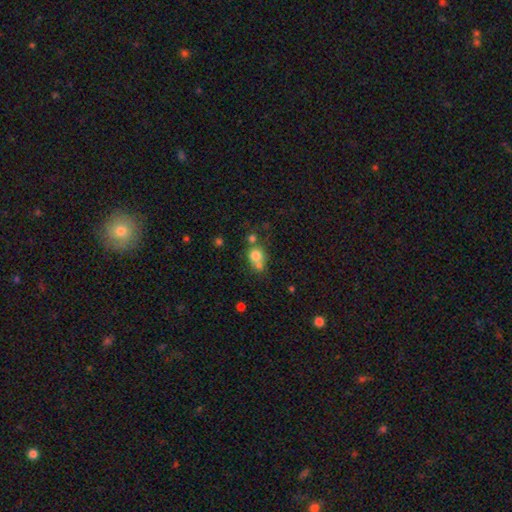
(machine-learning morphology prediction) type=smooth (75%); roundness=round (79%); merging=merger (45%).